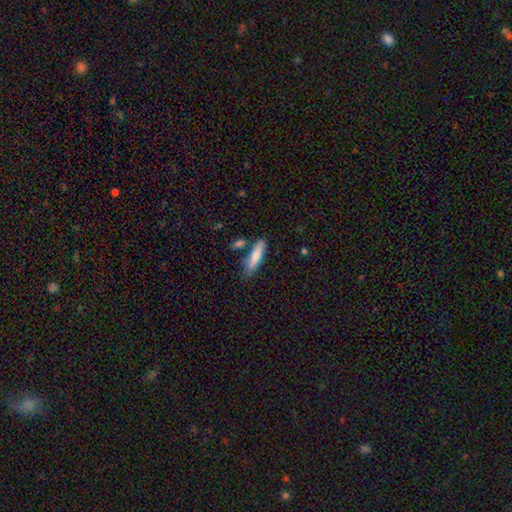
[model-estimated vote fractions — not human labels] A smooth galaxy with no disk features (78%) that is cigar-shaped (70%). Merging: none (69%).